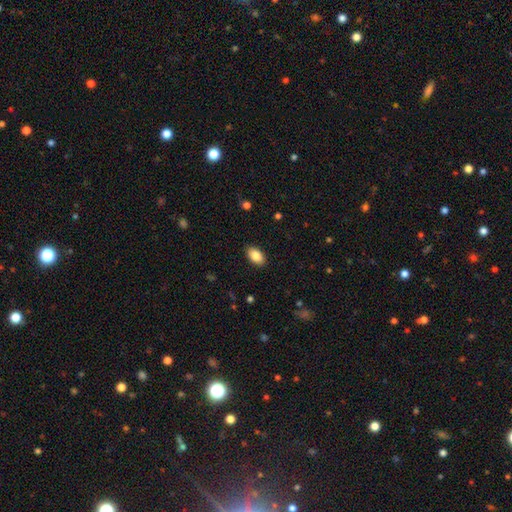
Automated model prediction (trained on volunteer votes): The model was most divided on "smooth or featured": smooth: 86%, star or artifact: 7%, featured or disk: 6%. More confident: how rounded — in between (93%); merging — none (89%).